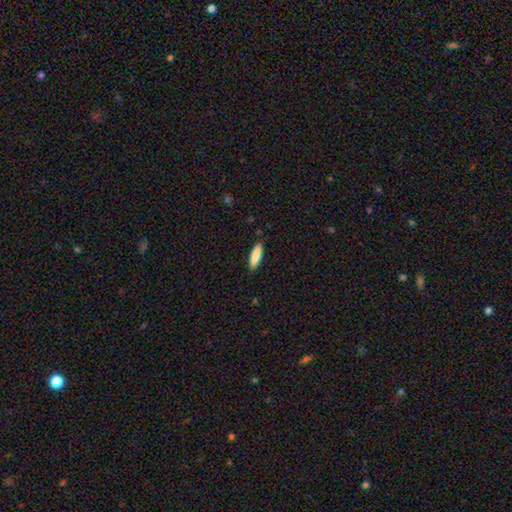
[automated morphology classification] Q: Smooth or featured?
A: smooth (87%); runner-up: featured or disk (7%)
Q: How rounded?
A: cigar-shaped (56%); runner-up: in between (43%)
Q: Merging?
A: none (86%); runner-up: minor disturbance (11%)